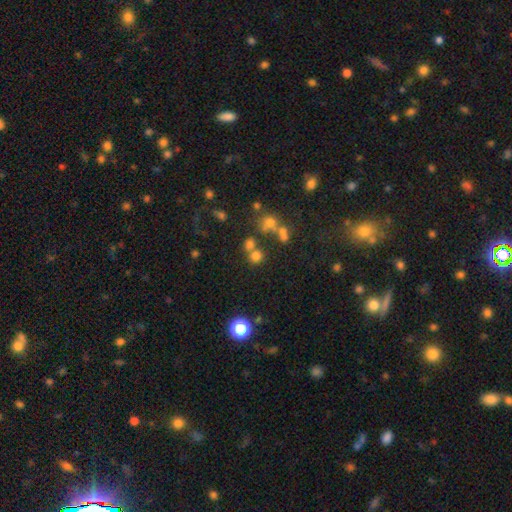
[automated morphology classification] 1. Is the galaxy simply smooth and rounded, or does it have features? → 69% smooth, 22% star or artifact, 10% featured or disk.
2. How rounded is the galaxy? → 86% round, 13% in between, 1% cigar-shaped.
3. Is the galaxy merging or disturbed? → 59% none, 28% merger, 8% minor disturbance, 4% major disturbance.